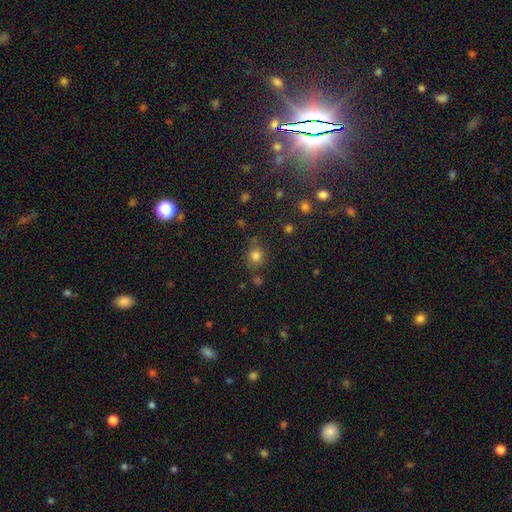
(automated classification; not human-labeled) Smooth or featured? smooth (80%)
How rounded? round (84%)
Merging? none (76%)